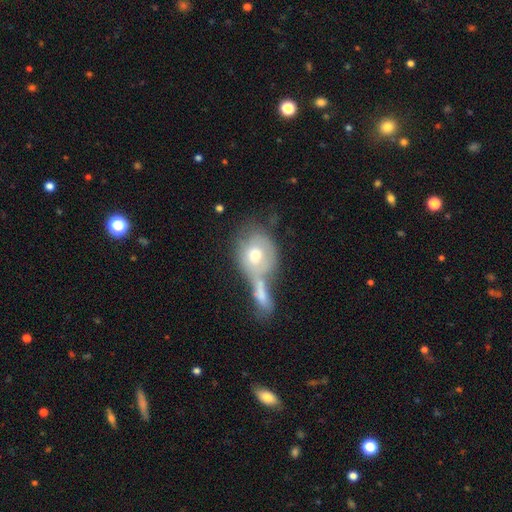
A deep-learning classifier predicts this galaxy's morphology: The model was most divided on "smooth or featured": smooth: 52%, featured or disk: 39%, star or artifact: 10%. More confident: how rounded — round (64%); merging — merger (57%).